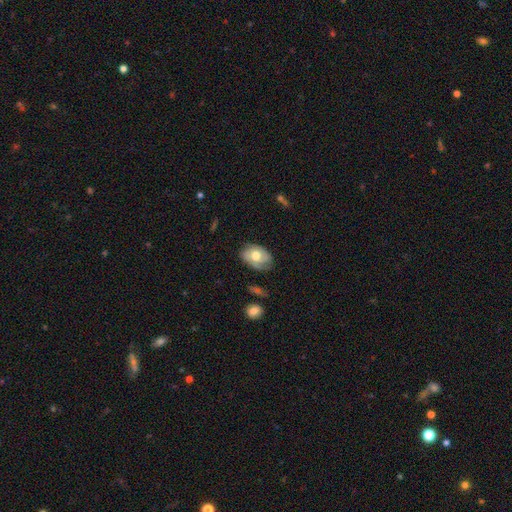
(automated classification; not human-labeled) Smooth or featured: featured or disk — 50% (smooth — 43%)
Merging: none — 64% (minor disturbance — 26%)